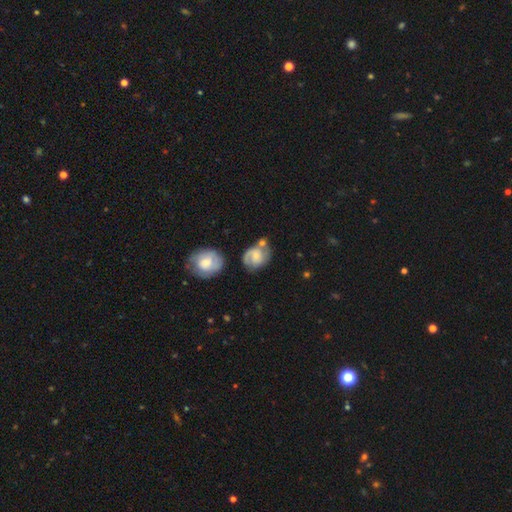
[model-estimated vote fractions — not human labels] Overall: featured or disk (60%; smooth 33%). Edge-on disk: no (97%). Bar: no (66%; weak 30%). Spiral arms: yes (87%). Spiral arm count: 2 (57%; 1 19%). Spiral winding: tight (42%; medium 41%). Bulge size: small (50%; moderate 40%). Merging: none (48%; minor disturbance 22%).